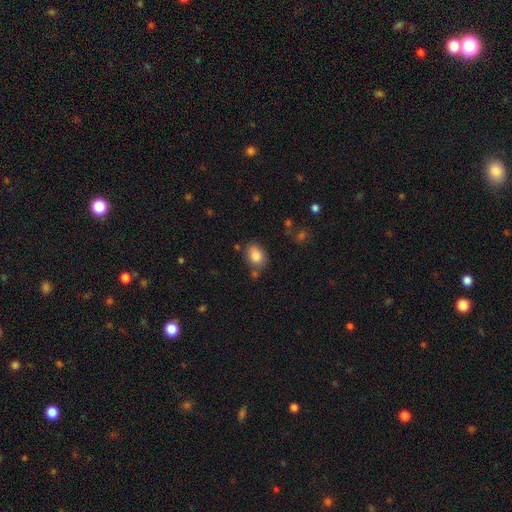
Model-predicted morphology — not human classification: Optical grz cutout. It shows a smooth galaxy with no disk features (85%) that is in between round and cigar-shaped (71%). Merging: none (69%).